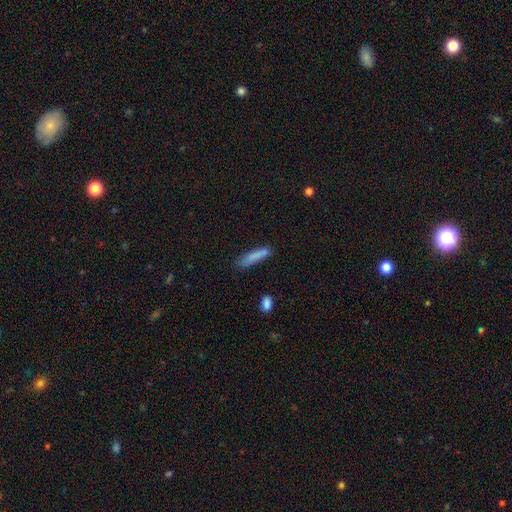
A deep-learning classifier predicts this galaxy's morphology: Smooth or featured? smooth (82%)
How rounded? cigar-shaped (82%)
Merging? none (69%)